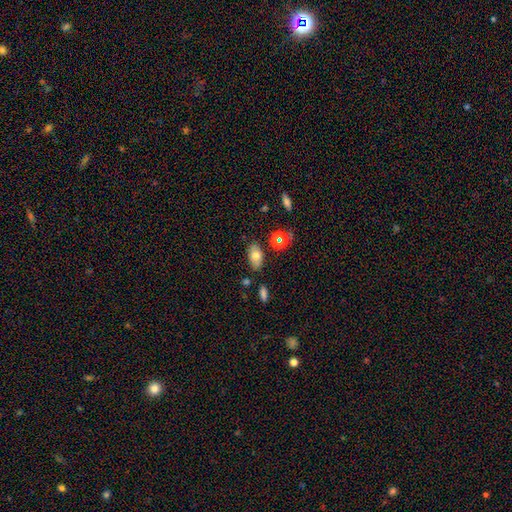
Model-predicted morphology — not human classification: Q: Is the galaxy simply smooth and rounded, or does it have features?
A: smooth — 70%.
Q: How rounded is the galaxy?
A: in between — 89%.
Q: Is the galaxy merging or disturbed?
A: none — 77%.